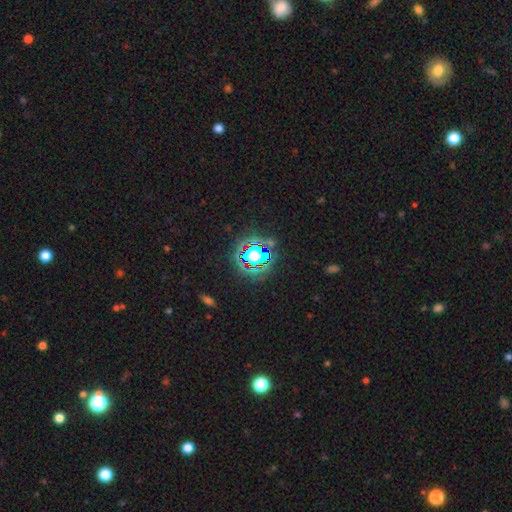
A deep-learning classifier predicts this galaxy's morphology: This appears to be a star or artifact, not a galaxy (66%).